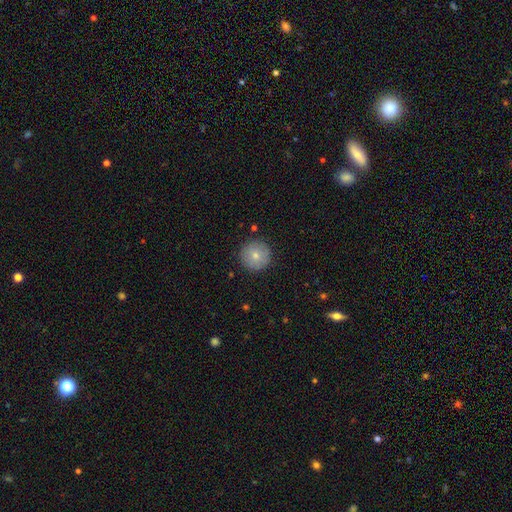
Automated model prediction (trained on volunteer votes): Smooth or featured: smooth — 76% (featured or disk — 15%)
How rounded: round — 96% (in between — 3%)
Merging: none — 89% (minor disturbance — 8%)